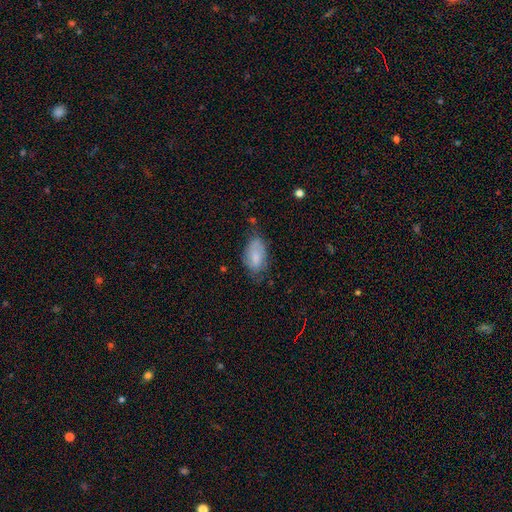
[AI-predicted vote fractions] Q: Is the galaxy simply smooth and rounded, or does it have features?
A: smooth — 70%.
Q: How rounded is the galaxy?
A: in between — 93%.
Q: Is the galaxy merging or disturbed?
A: none — 55%.